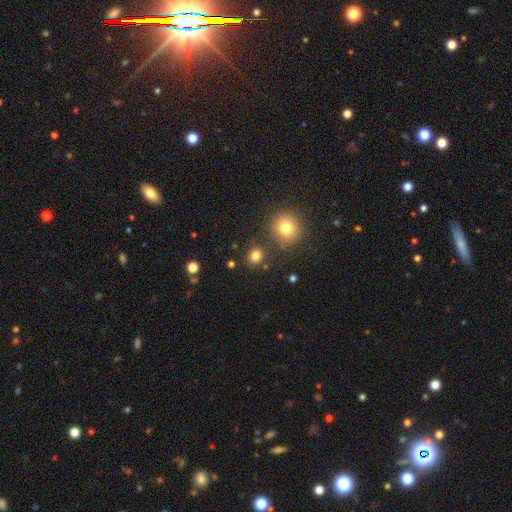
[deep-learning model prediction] Smooth or featured?
  - smooth: 81% *
  - star or artifact: 14%
  - featured or disk: 5%
How rounded?
  - round: 73% *
  - in between: 26%
  - cigar-shaped: 1%
Merging?
  - none: 84% *
  - minor disturbance: 8%
  - merger: 5%
  - major disturbance: 3%